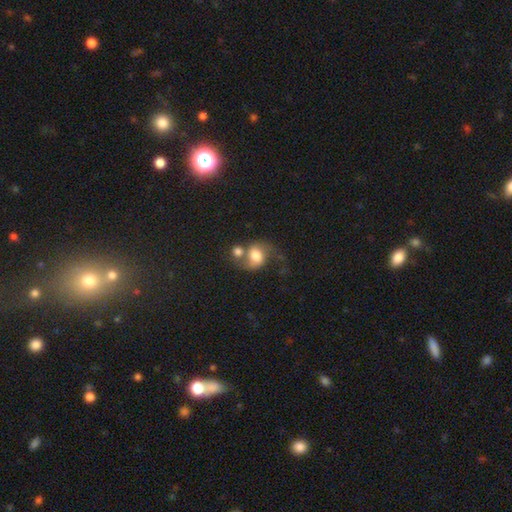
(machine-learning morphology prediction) The model was most divided on "how rounded": round: 56%, in between: 42%, cigar-shaped: 1%. Remaining: smooth or featured — smooth (56%); merging — merger (46%).